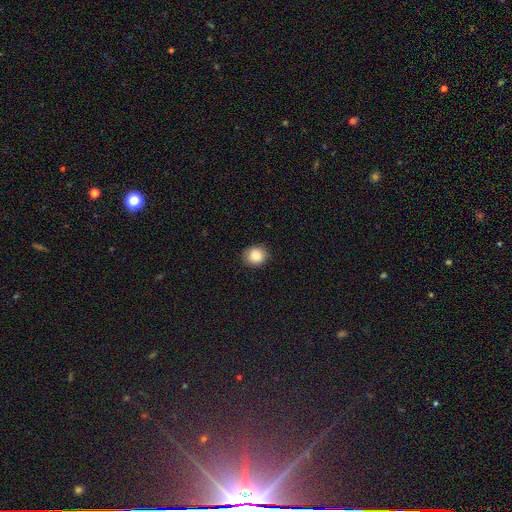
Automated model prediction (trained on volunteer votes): smooth_or_featured: smooth (p=0.88) [alt: star or artifact p=0.08]
how_rounded: round (p=0.78) [alt: in between p=0.21]
merging: none (p=0.87) [alt: minor disturbance p=0.10]